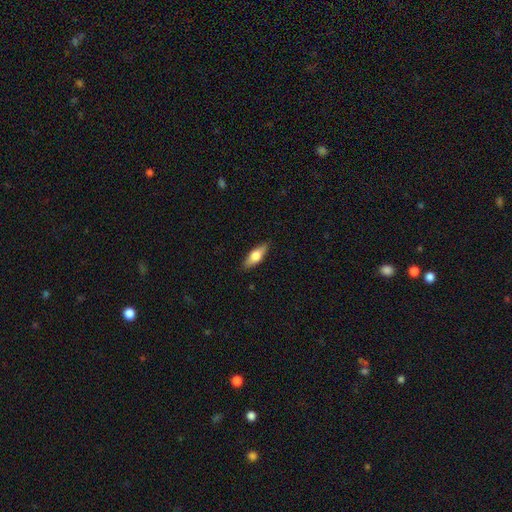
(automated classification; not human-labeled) Q: Smooth or featured?
A: smooth (58%); runner-up: featured or disk (35%)
Q: How rounded?
A: in between (65%); runner-up: cigar-shaped (32%)
Q: Merging?
A: none (88%); runner-up: minor disturbance (9%)